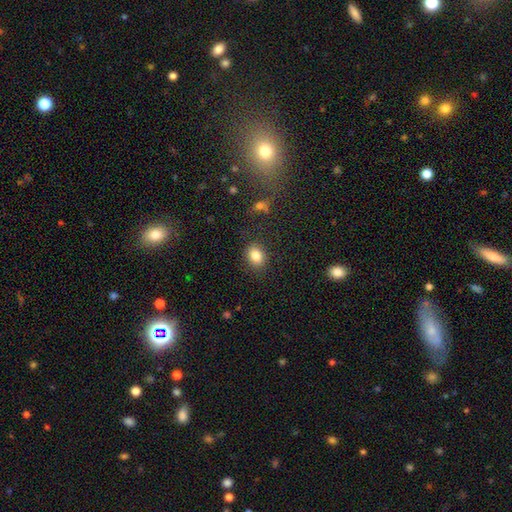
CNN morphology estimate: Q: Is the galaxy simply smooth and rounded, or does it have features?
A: smooth — 83%.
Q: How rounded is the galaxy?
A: in between — 60%.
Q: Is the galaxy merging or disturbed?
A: none — 85%.